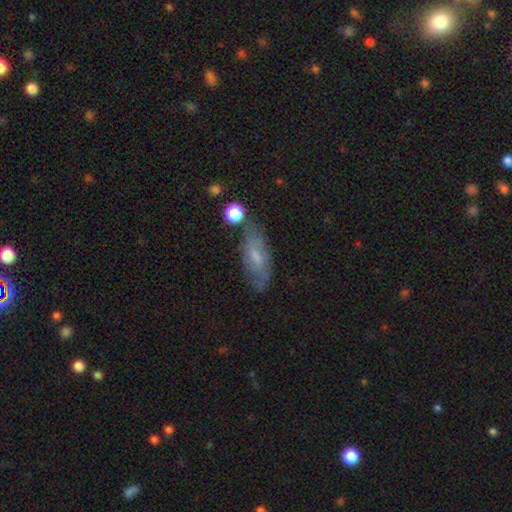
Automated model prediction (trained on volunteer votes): Smooth or featured? Predicted: smooth (p=0.49). Merging? Predicted: none (p=0.63).